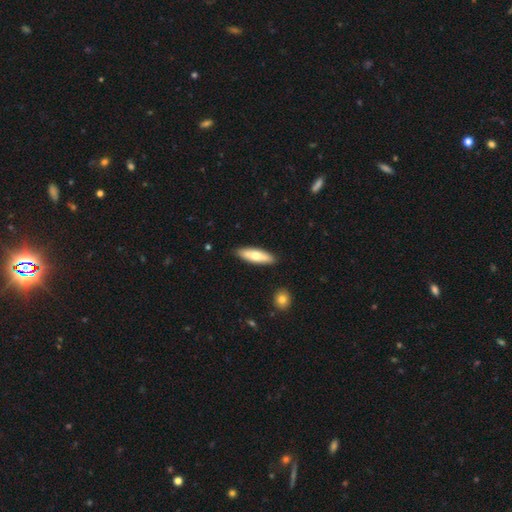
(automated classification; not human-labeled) This appears to be a smooth galaxy with no disk features (66%) that is cigar-shaped (51%). Merging: none (88%).